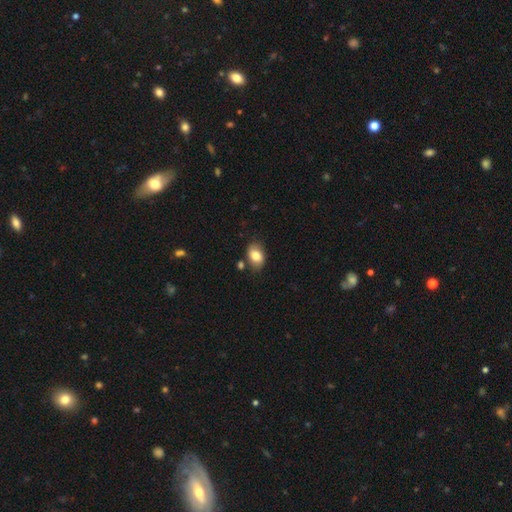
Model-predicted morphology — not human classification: smooth 80%, featured or disk 12%, star or artifact 7%. Down the decision tree: how rounded — in between (81%); merging — none (74%).